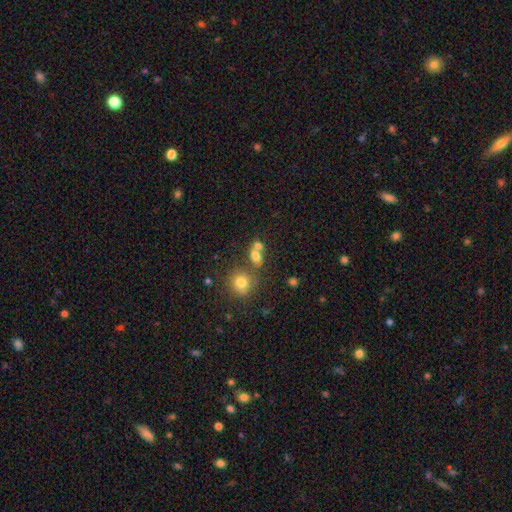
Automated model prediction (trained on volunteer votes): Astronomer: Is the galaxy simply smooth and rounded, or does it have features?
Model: smooth — 72%.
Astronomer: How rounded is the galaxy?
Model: in between — 58% (runner-up: round, 39%).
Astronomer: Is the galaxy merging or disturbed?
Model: merger — 48% (runner-up: none, 37%).